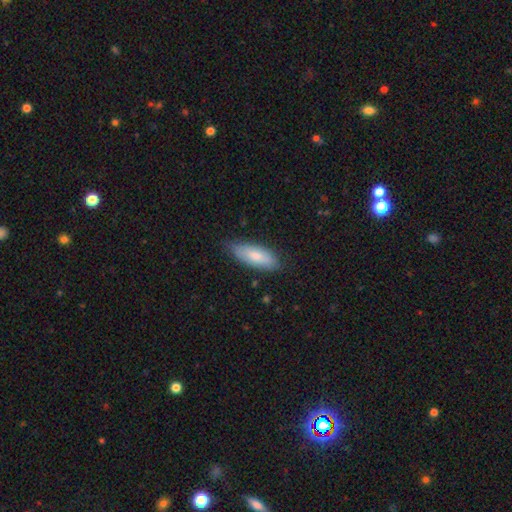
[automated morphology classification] Smooth or featured? Predicted: smooth (p=0.74). How rounded? Predicted: in between (p=0.73). Merging? Predicted: none (p=0.80).